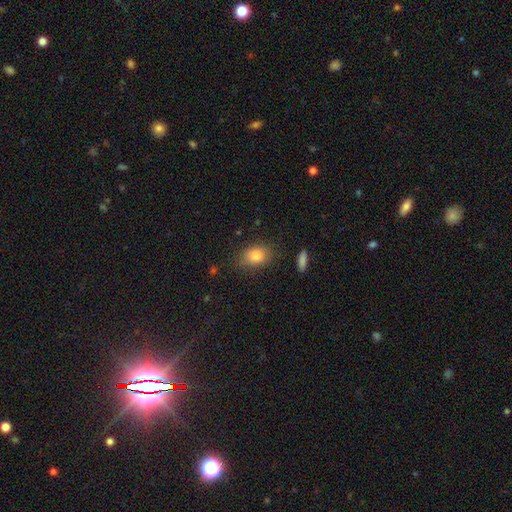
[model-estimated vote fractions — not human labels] Q: Smooth or featured?
A: smooth (83%); runner-up: star or artifact (9%)
Q: How rounded?
A: in between (73%); runner-up: round (25%)
Q: Merging?
A: none (76%); runner-up: minor disturbance (17%)